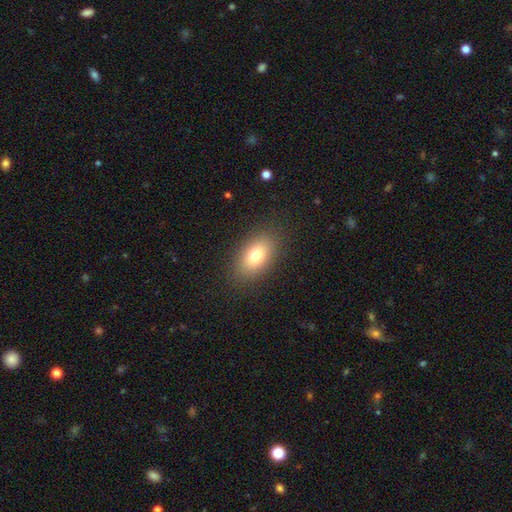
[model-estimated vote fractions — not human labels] Smooth or featured: smooth — 75% (featured or disk — 14%)
How rounded: in between — 87% (round — 11%)
Merging: none — 86% (minor disturbance — 9%)